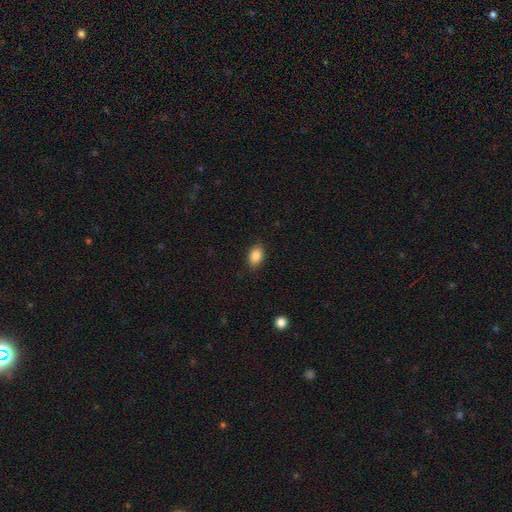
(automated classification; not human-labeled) Smooth or featured? Predicted: smooth (p=0.86). How rounded? Predicted: in between (p=0.84). Merging? Predicted: none (p=0.87).